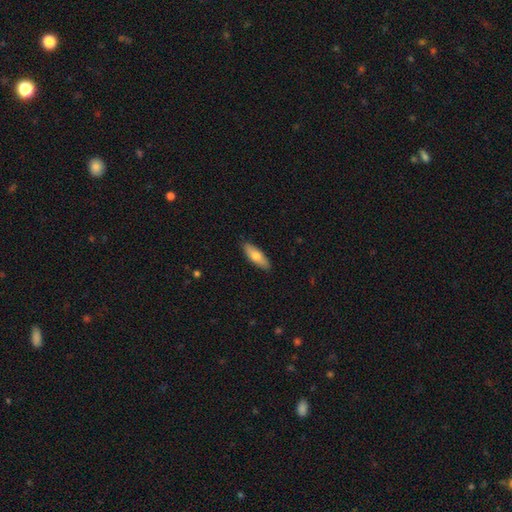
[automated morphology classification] smooth 70%, featured or disk 25%, star or artifact 6%. Down the decision tree: how rounded — in between (57%); merging — none (89%).